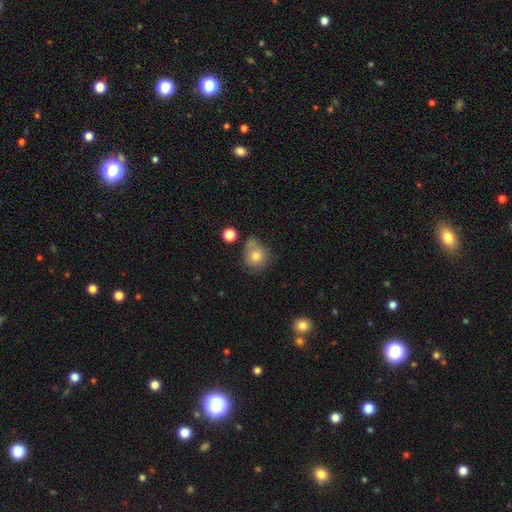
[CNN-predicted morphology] This appears to be a smooth galaxy with no disk features (78%) that is round (78%). Merging: none (53%).